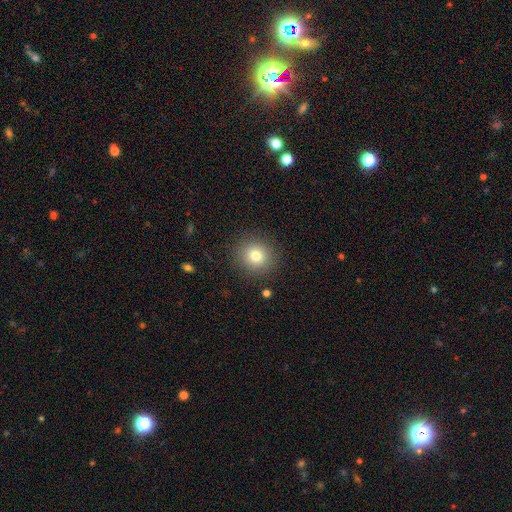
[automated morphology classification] Smooth or featured? smooth (78%)
How rounded? round (90%)
Merging? none (89%)